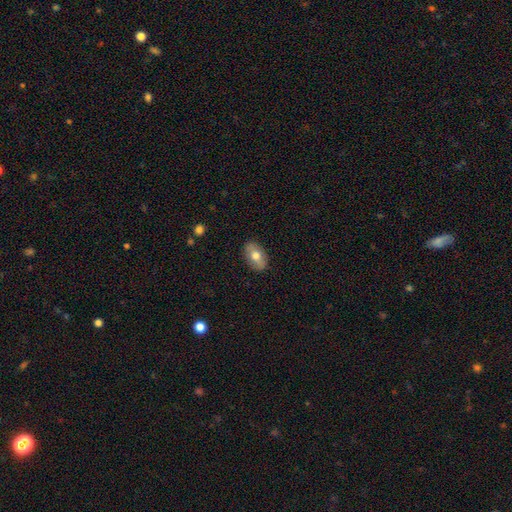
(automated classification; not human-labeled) A smooth galaxy with no disk features (66%) that is in between round and cigar-shaped (88%).

Vote fractions:
- Smooth or featured? smooth: 66% / featured or disk: 27% / star or artifact: 7%
- How rounded? in between: 88% / round: 10% / cigar-shaped: 2%
- Merging? none: 86% / minor disturbance: 10% / major disturbance: 2% / merger: 1%